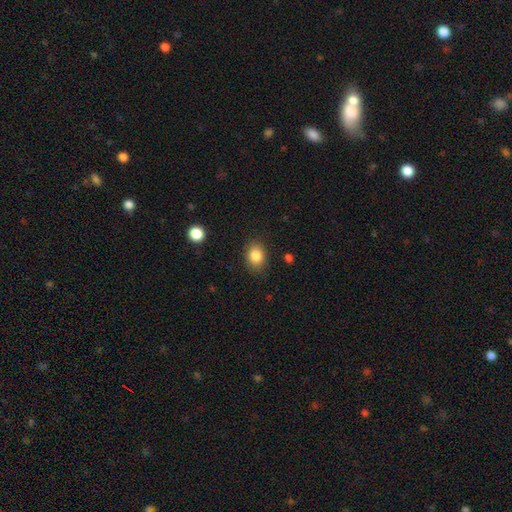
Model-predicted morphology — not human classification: Q: Smooth or featured?
A: smooth (85%); runner-up: star or artifact (9%)
Q: How rounded?
A: in between (57%); runner-up: round (43%)
Q: Merging?
A: none (84%); runner-up: minor disturbance (11%)